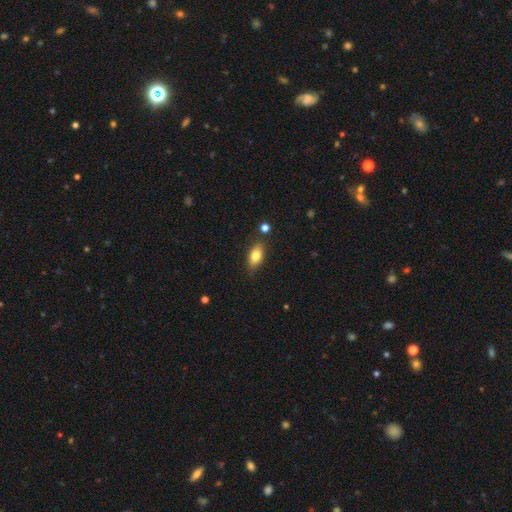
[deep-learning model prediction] A smooth galaxy with no disk features (78%) that is in between round and cigar-shaped (86%).

Vote fractions:
- Smooth or featured? smooth: 78% / featured or disk: 14% / star or artifact: 8%
- How rounded? in between: 86% / cigar-shaped: 7% / round: 7%
- Merging? none: 81% / minor disturbance: 13% / merger: 3% / major disturbance: 3%